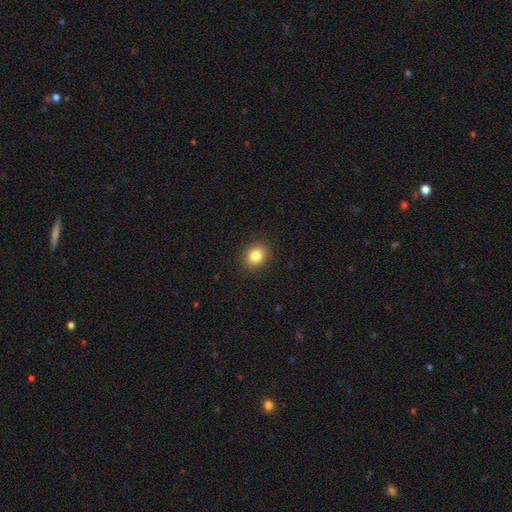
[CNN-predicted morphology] Smooth or featured? Predicted: smooth (p=0.84). How rounded? Predicted: round (p=0.57). Merging? Predicted: none (p=0.90).